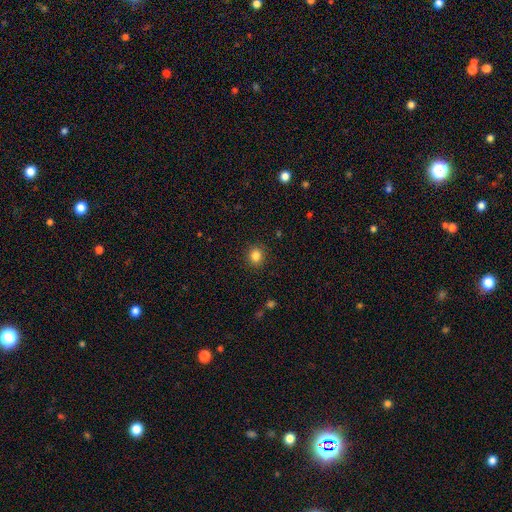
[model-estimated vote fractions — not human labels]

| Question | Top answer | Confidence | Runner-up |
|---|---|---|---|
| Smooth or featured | smooth | 84% | star or artifact (11%) |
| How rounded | round | 80% | in between (19%) |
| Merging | none | 90% | minor disturbance (7%) |